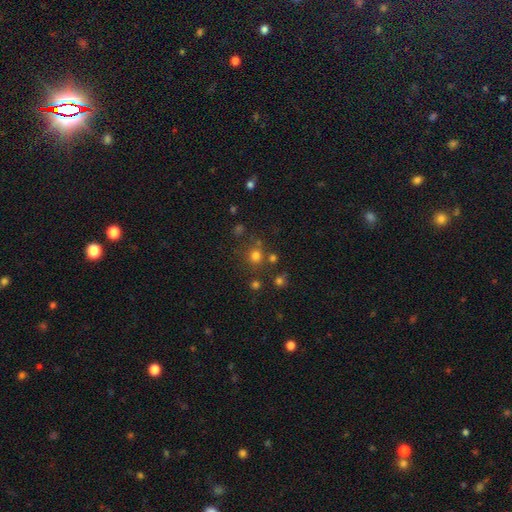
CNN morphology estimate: Q: Smooth or featured?
A: smooth (72%); runner-up: star or artifact (21%)
Q: How rounded?
A: round (90%); runner-up: in between (9%)
Q: Merging?
A: none (74%); runner-up: merger (12%)